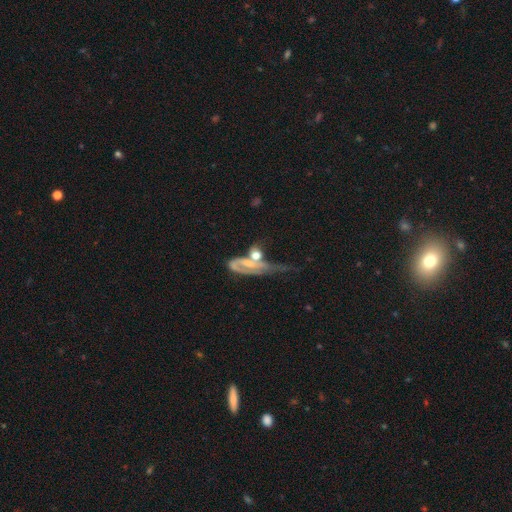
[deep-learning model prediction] Q: Smooth or featured?
A: featured or disk (53%); runner-up: smooth (37%)
Q: Edge-on disk?
A: no (86%); runner-up: yes (14%)
Q: Merging?
A: merger (48%); runner-up: major disturbance (25%)